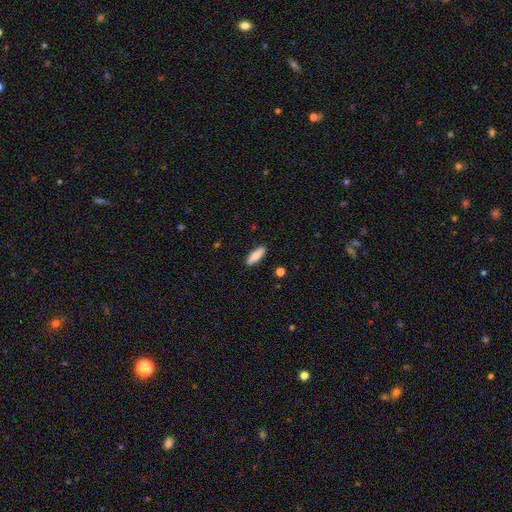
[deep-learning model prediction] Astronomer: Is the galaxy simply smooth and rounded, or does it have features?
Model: smooth — 82%.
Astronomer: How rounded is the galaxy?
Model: in between — 54% (runner-up: cigar-shaped, 44%).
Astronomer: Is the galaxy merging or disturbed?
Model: none — 89%.